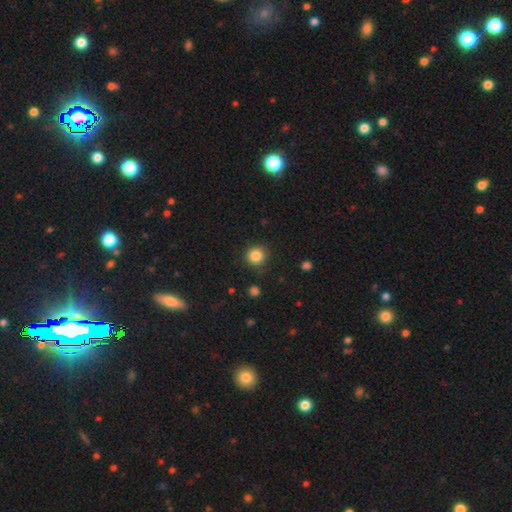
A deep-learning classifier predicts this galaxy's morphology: smooth 85%, star or artifact 11%, featured or disk 4%. Down the decision tree: how rounded — round (93%); merging — none (87%).